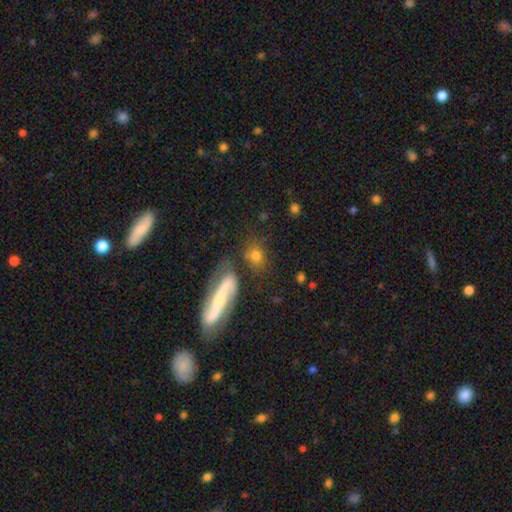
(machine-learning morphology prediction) This appears to be a smooth galaxy with no disk features (65%) that is round (55%). Merging: none (64%).